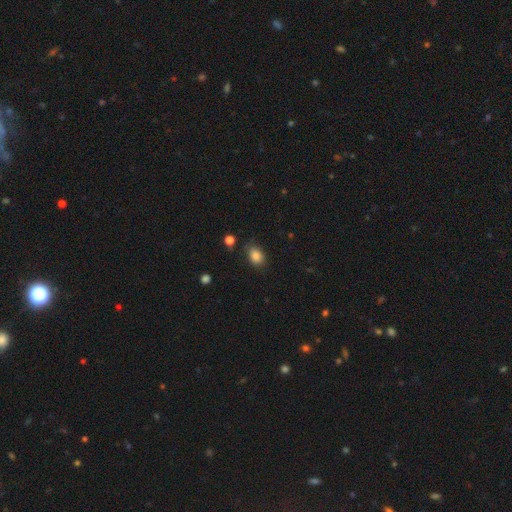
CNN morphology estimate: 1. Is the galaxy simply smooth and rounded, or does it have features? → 85% smooth, 10% star or artifact, 5% featured or disk.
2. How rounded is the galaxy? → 69% in between, 30% round, 1% cigar-shaped.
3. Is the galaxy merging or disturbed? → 77% none, 16% minor disturbance, 4% major disturbance, 2% merger.